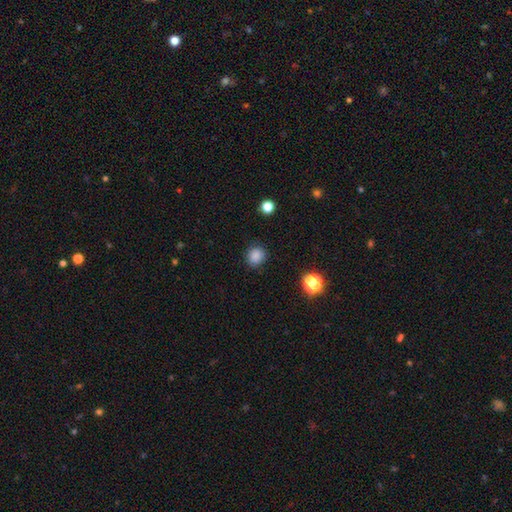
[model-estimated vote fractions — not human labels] A smooth galaxy with no disk features (84%) that is round (77%). Merging: none (83%).